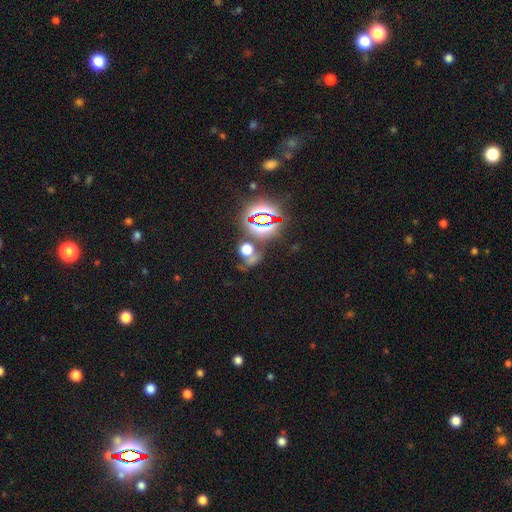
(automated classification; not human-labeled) Q: Smooth or featured?
A: star or artifact (48%); runner-up: smooth (40%)